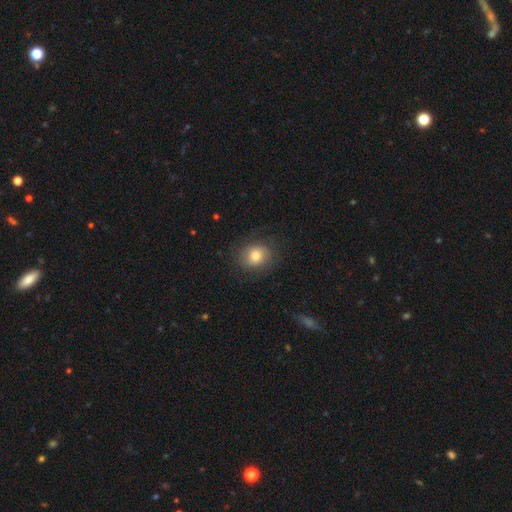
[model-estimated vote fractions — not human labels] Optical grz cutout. It shows a smooth galaxy with no disk features (74%) that is round (64%). Merging: none (78%).